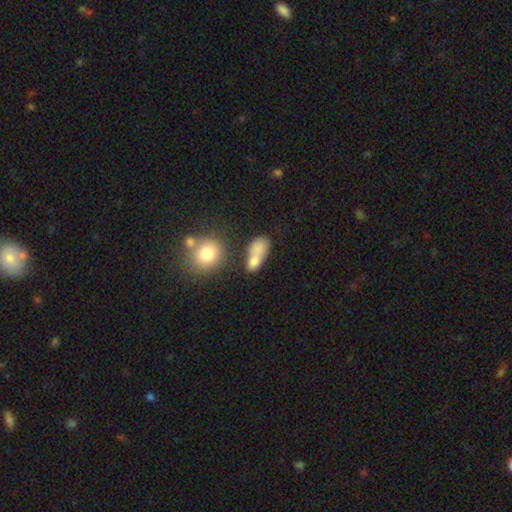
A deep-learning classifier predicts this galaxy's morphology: type=smooth (74%); roundness=in between (71%); merging=merger (41%).